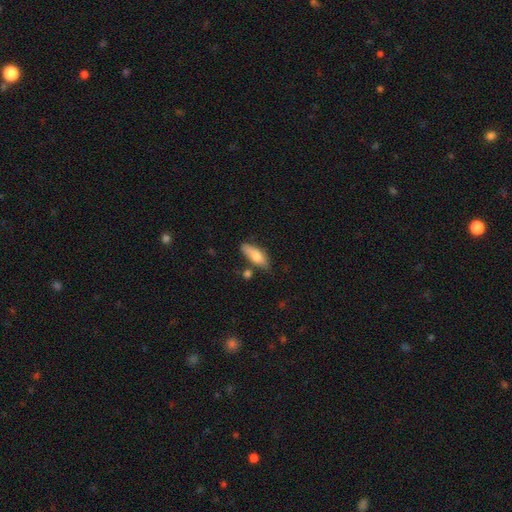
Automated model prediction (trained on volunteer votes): Overall: smooth (76%). How rounded: in between (67%; cigar-shaped 30%). Merging: none (62%; minor disturbance 23%).